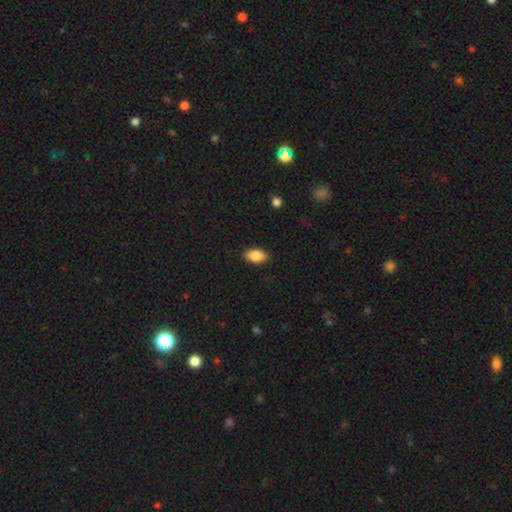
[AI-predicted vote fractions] A smooth galaxy with no disk features (86%) that is in between round and cigar-shaped (91%).

Vote fractions:
- Smooth or featured? smooth: 86% / star or artifact: 7% / featured or disk: 6%
- How rounded? in between: 91% / round: 6% / cigar-shaped: 3%
- Merging? none: 88% / minor disturbance: 9% / major disturbance: 2% / merger: 1%